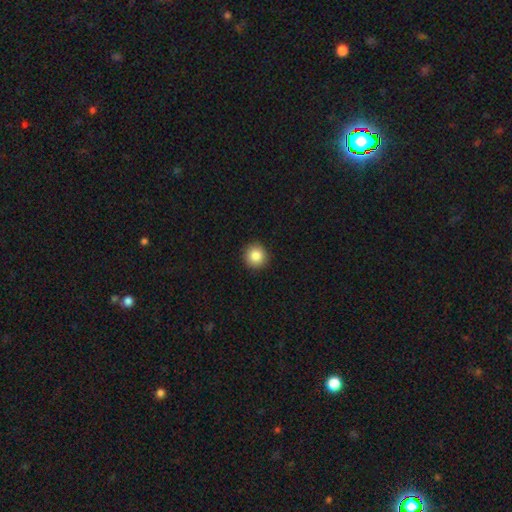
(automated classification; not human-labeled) Smooth or featured: smooth — 87% (star or artifact — 9%)
How rounded: round — 94% (in between — 5%)
Merging: none — 92% (minor disturbance — 6%)